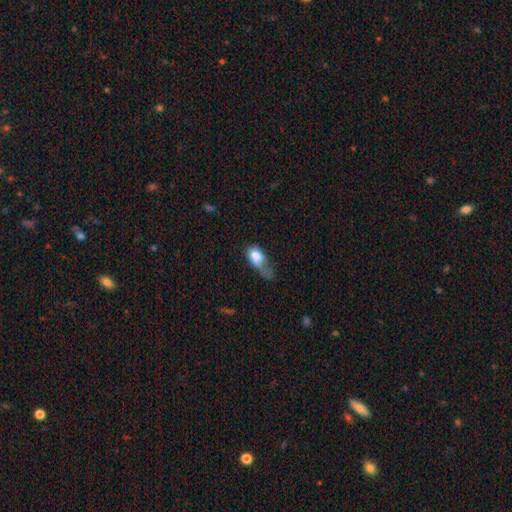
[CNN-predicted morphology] A smooth galaxy with no disk features (72%) that is in between round and cigar-shaped (74%).

Vote fractions:
- Smooth or featured? smooth: 72% / featured or disk: 21% / star or artifact: 7%
- How rounded? in between: 74% / round: 21% / cigar-shaped: 5%
- Merging? major disturbance: 53% / minor disturbance: 24% / none: 16% / merger: 7%